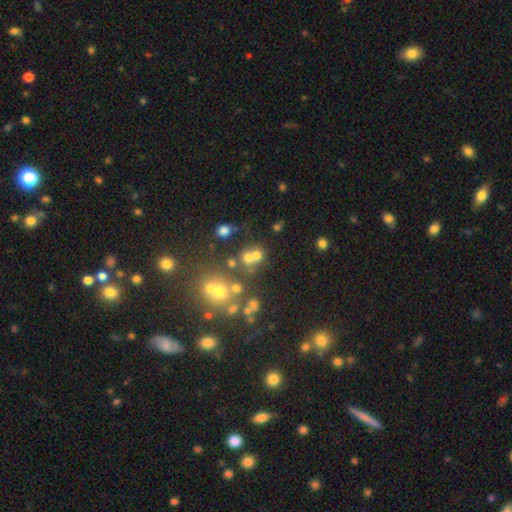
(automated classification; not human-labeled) Morphology: type=smooth (60%); roundness=round (76%); merging=none (45%).